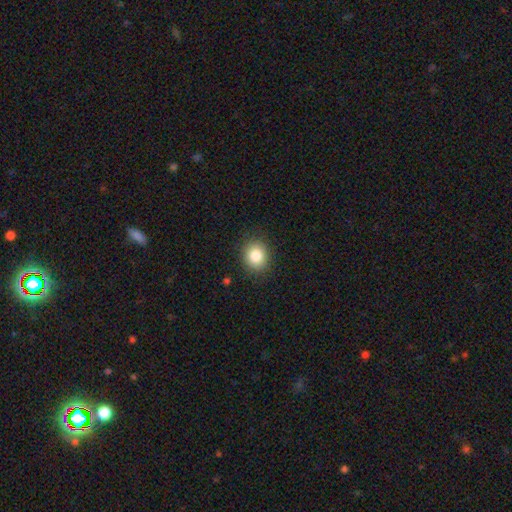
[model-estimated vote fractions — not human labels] Morphology: type=smooth (84%); roundness=round (68%); merging=none (88%).